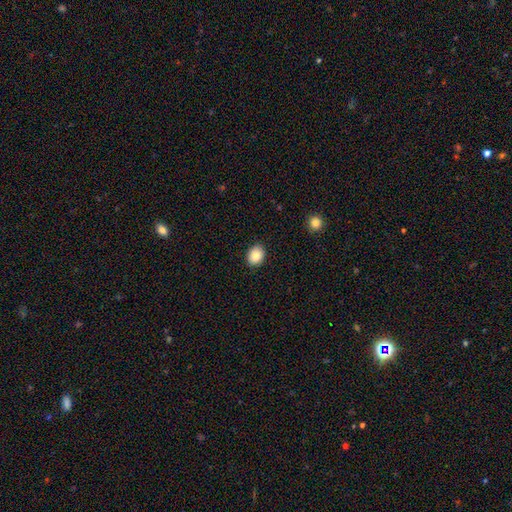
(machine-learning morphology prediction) This appears to be a smooth galaxy with no disk features (86%) that is in between round and cigar-shaped (58%). Merging: none (88%).